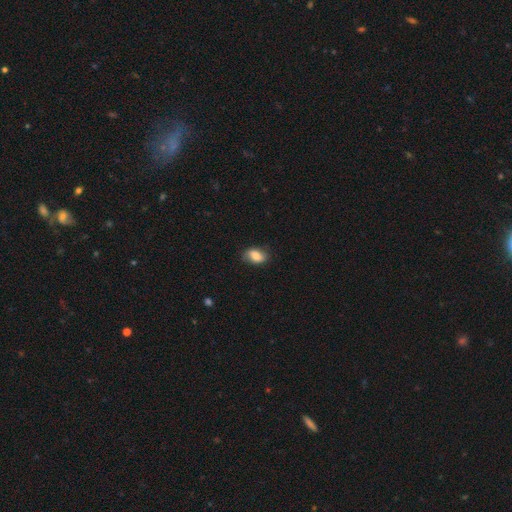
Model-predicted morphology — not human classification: Smooth or featured? smooth (77%)
How rounded? in between (85%)
Merging? none (78%)